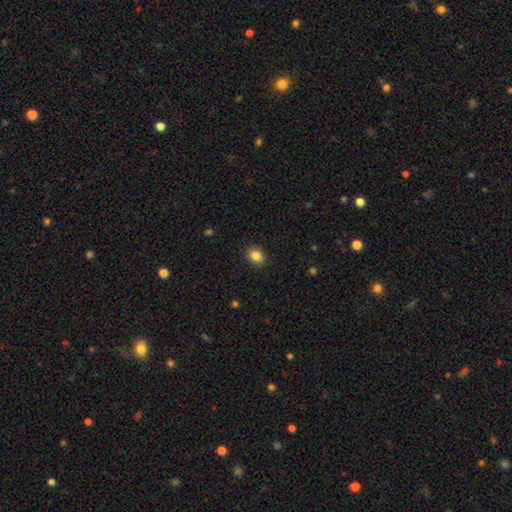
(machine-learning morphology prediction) This is clearly a smooth galaxy (86%). How rounded: likely round (60%). Merging: clearly none (90%).